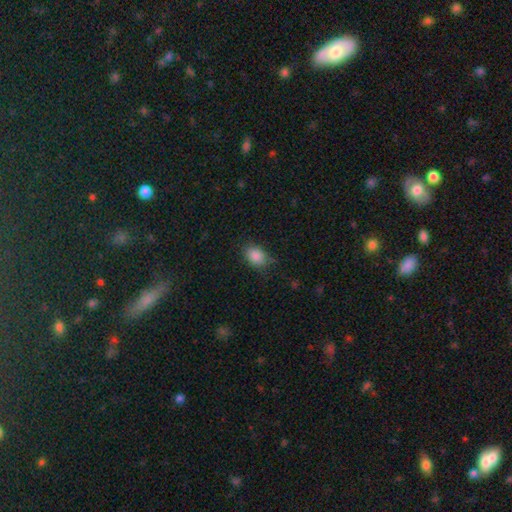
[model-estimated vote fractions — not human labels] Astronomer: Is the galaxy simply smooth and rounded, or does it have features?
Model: smooth — 88%.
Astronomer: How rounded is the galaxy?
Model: in between — 74%.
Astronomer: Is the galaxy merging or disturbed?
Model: none — 75%.